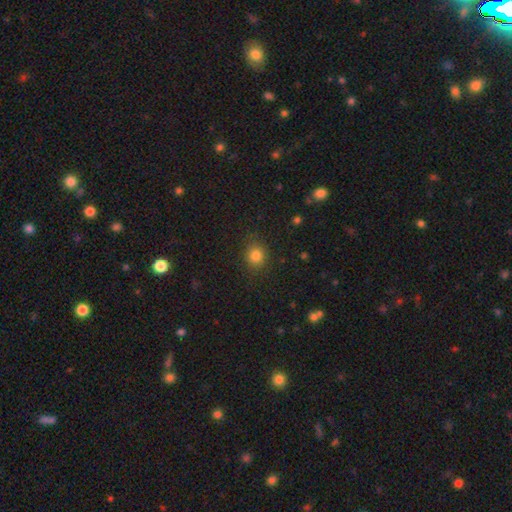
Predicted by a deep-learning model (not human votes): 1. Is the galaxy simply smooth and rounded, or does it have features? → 82% smooth, 13% star or artifact, 5% featured or disk.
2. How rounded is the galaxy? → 77% round, 22% in between, 1% cigar-shaped.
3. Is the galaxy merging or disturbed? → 85% none, 11% minor disturbance, 3% major disturbance, 1% merger.